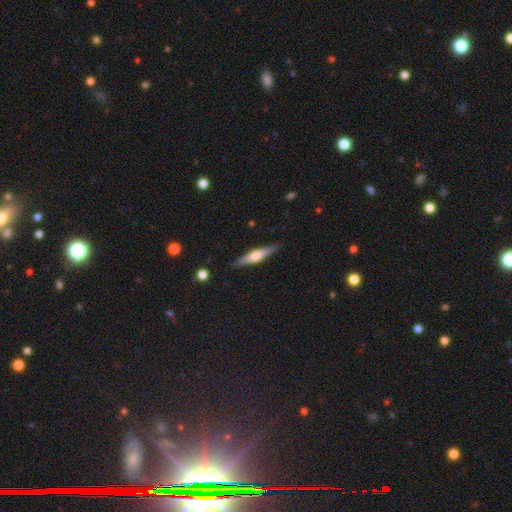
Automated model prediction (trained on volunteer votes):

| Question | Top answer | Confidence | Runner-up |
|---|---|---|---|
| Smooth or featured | featured or disk | 57% | smooth (38%) |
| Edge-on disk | yes | 95% | no (5%) |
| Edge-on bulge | rounded | 89% | boxy (7%) |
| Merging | none | 89% | minor disturbance (8%) |